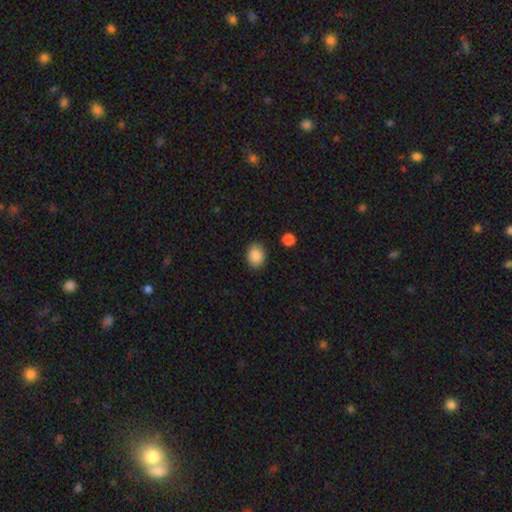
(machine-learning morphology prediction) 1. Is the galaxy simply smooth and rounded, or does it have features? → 87% smooth, 8% star or artifact, 5% featured or disk.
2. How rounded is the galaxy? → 51% in between, 49% round, 1% cigar-shaped.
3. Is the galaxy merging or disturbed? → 87% none, 9% minor disturbance, 2% major disturbance, 2% merger.